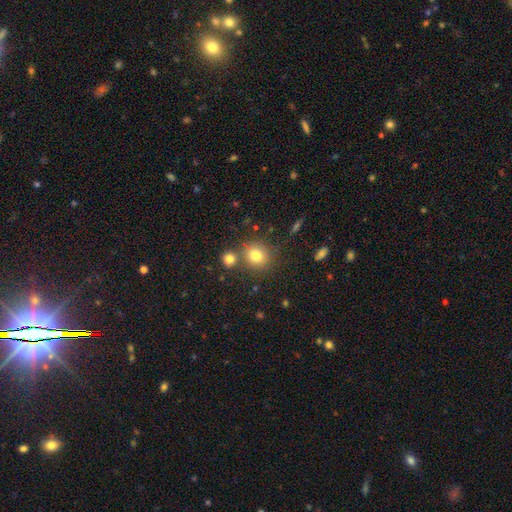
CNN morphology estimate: This appears to be a smooth galaxy with no disk features (78%) that is round (88%). Merging: none (73%).